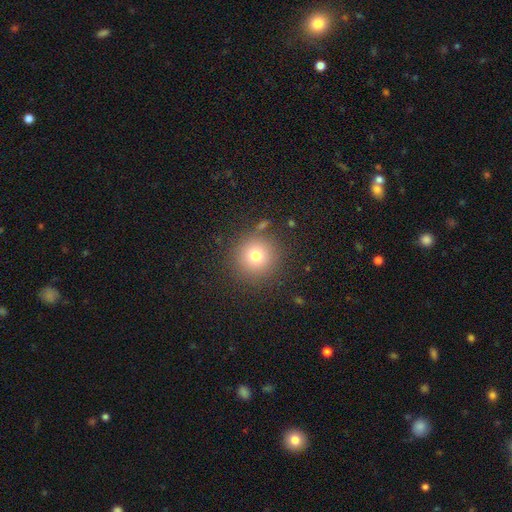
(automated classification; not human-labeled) Smooth or featured? Predicted: smooth (p=0.75). How rounded? Predicted: round (p=0.94). Merging? Predicted: none (p=0.85).